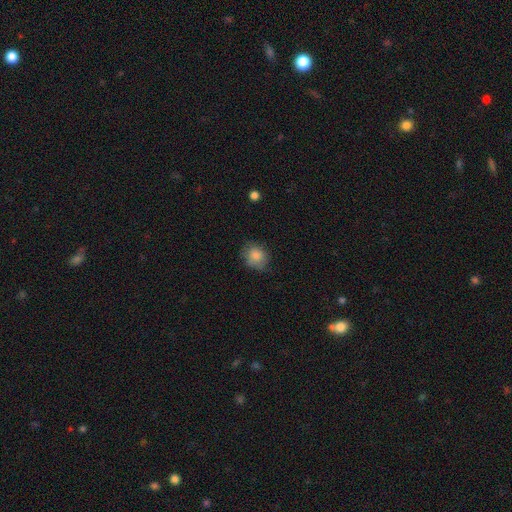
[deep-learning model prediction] smooth-or-featured: smooth: 81% | featured or disk: 11% | star or artifact: 9%
  how-rounded: round: 65% | in between: 34% | cigar-shaped: 1%
  merging: none: 65% | minor disturbance: 26% | major disturbance: 7% | merger: 2%